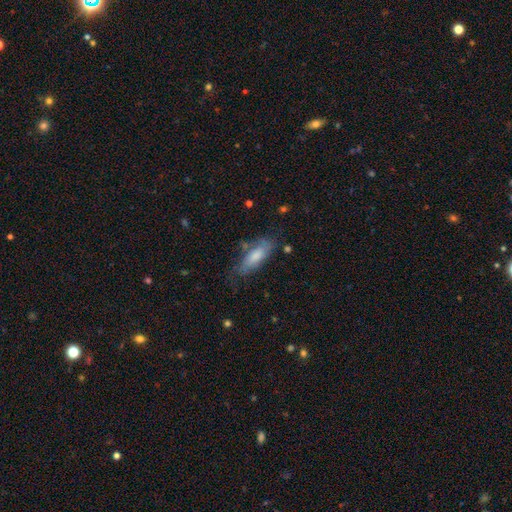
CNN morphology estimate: Smooth or featured?
  - smooth: 72% *
  - featured or disk: 21%
  - star or artifact: 7%
How rounded?
  - in between: 67% *
  - cigar-shaped: 31%
  - round: 2%
Merging?
  - none: 59% *
  - minor disturbance: 27%
  - major disturbance: 10%
  - merger: 4%